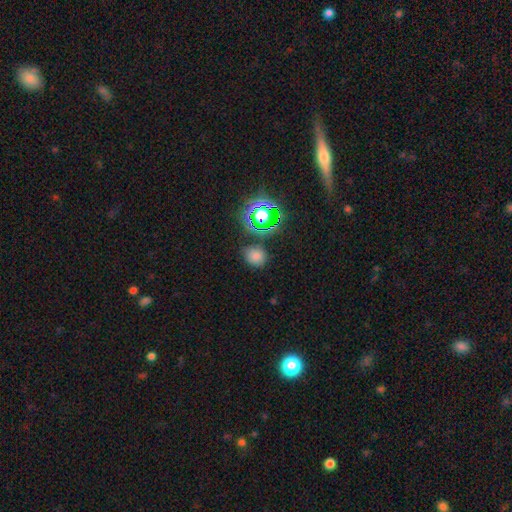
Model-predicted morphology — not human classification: smooth 67%, star or artifact 26%, featured or disk 7%. Down the decision tree: how rounded — round (67%); merging — none (78%).